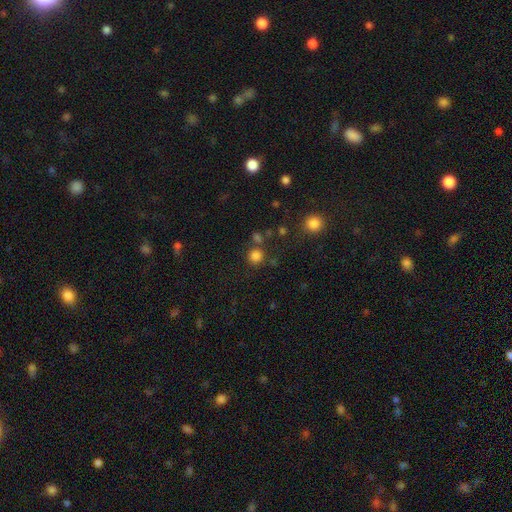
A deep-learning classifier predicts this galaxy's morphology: smooth_or_featured: smooth (p=0.80) [alt: star or artifact p=0.15]
how_rounded: round (p=0.91) [alt: in between p=0.08]
merging: none (p=0.76) [alt: merger p=0.12]